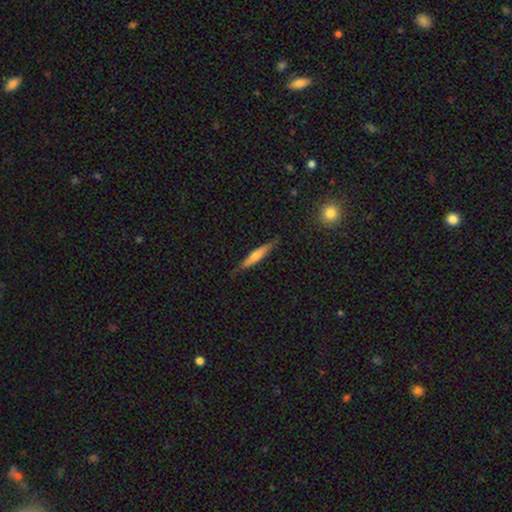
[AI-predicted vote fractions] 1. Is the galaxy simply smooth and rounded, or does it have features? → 47% smooth (tied), 47% featured or disk (tied), 6% star or artifact.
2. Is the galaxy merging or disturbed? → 83% none, 13% minor disturbance, 2% major disturbance, 1% merger.